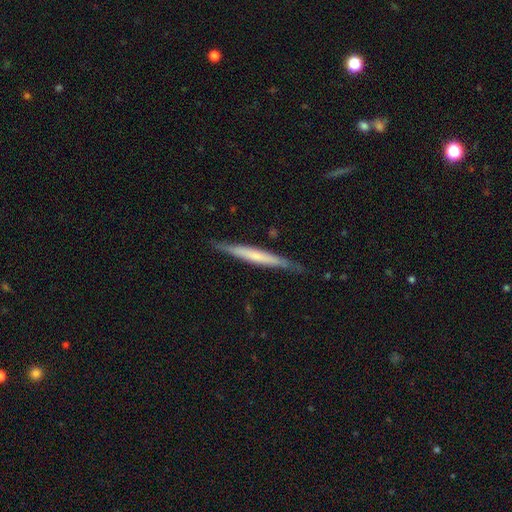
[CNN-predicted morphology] Smooth or featured: featured or disk — 50% (smooth — 44%)
Edge-on disk: yes — 95% (no — 5%)
Merging: none — 85% (minor disturbance — 12%)